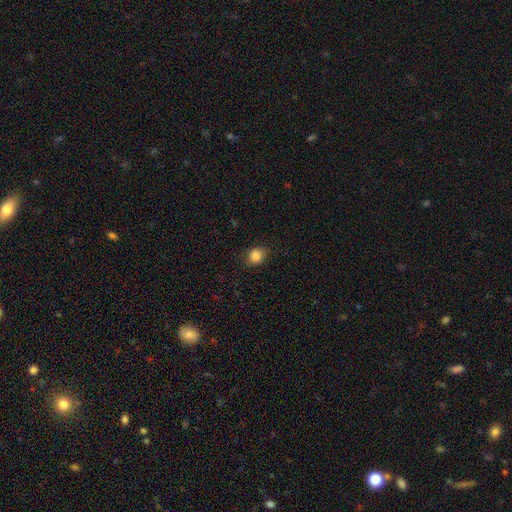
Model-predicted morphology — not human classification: A smooth galaxy with no disk features (85%) that is round (72%). Merging: none (83%).